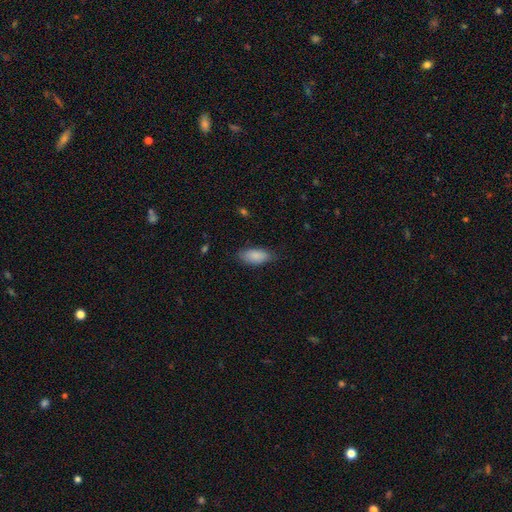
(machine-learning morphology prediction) The model was most divided on "merging": none: 80%, minor disturbance: 16%, major disturbance: 3%, merger: 1%. More confident: how rounded — in between (88%); smooth or featured — smooth (87%).